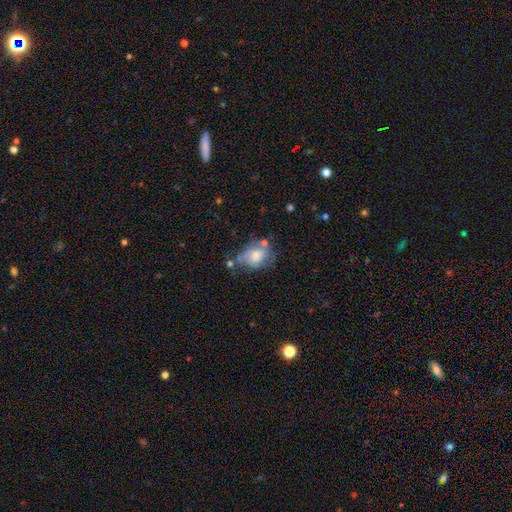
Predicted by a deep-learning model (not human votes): The model was most divided on "merging": none: 39%, minor disturbance: 29%, merger: 17%, major disturbance: 15%. More confident: smooth or featured — smooth (60%); how rounded — in between (58%).